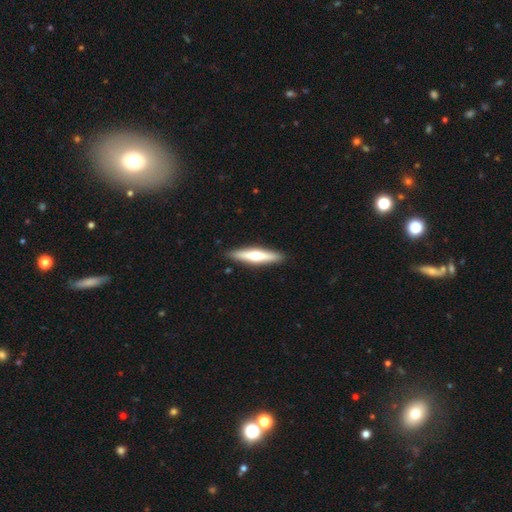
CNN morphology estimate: featured or disk 50%, smooth 45%, star or artifact 5%. Down the decision tree: edge-on disk — yes (94%); merging — none (91%).